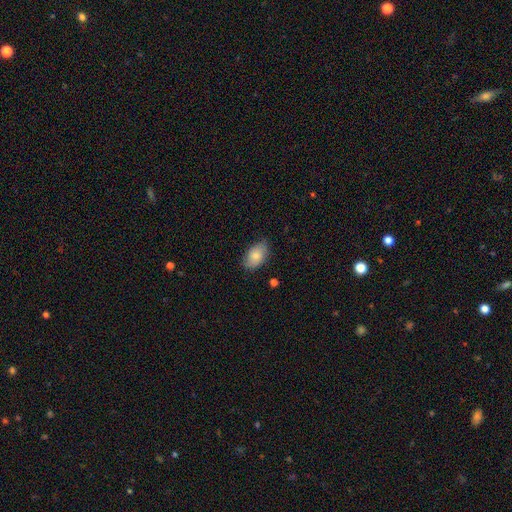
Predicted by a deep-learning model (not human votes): Morphology: type=smooth (79%); roundness=in between (91%); merging=none (76%).